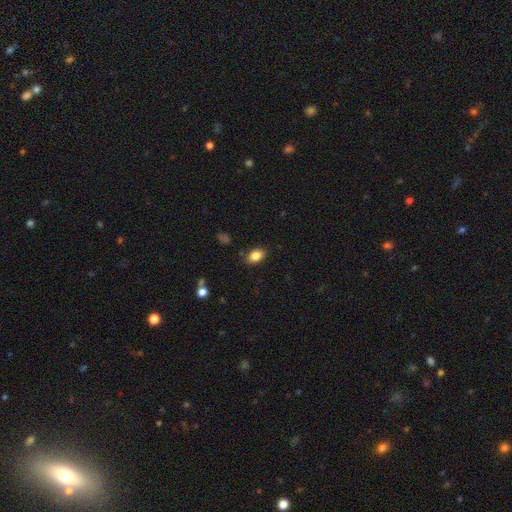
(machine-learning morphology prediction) This appears to be a smooth galaxy with no disk features (85%) that is in between round and cigar-shaped (87%). Merging: none (85%).